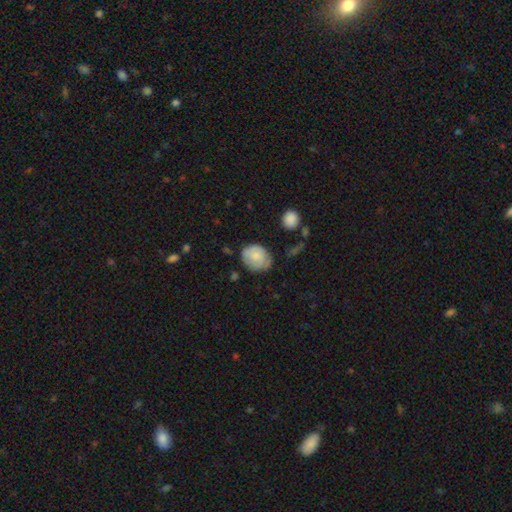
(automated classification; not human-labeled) Overall: smooth (69%). How rounded: round (65%; in between 34%). Merging: none (58%; minor disturbance 31%).